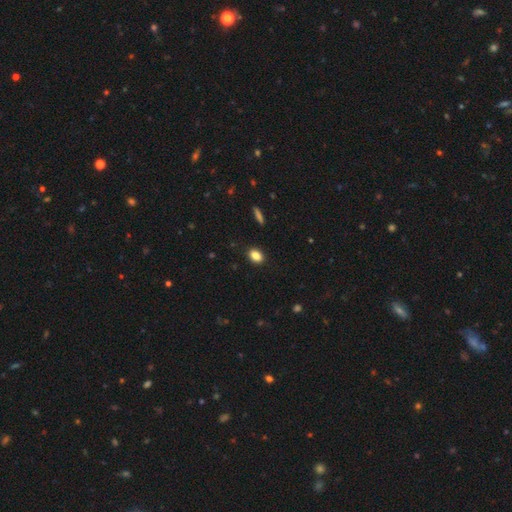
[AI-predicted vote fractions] Smooth or featured? smooth (85%)
How rounded? in between (74%)
Merging? none (89%)